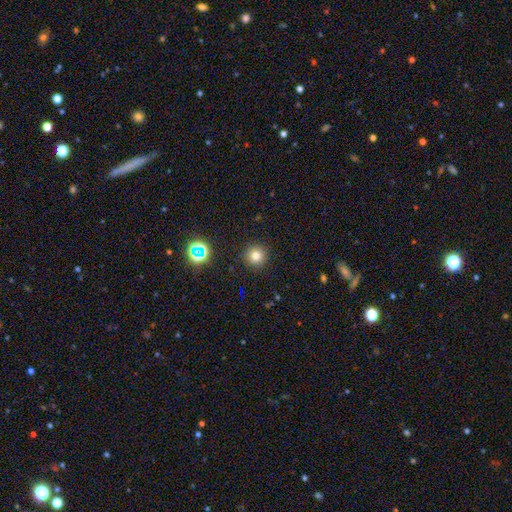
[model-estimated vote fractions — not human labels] Smooth or featured? Predicted: smooth (p=0.75). How rounded? Predicted: round (p=0.95). Merging? Predicted: none (p=0.91).